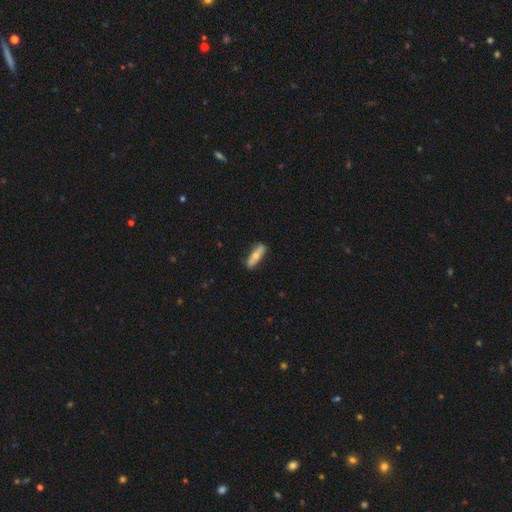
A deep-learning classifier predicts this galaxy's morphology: Smooth or featured: smooth — 59% (featured or disk — 36%)
How rounded: cigar-shaped — 55% (in between — 42%)
Merging: none — 81% (minor disturbance — 15%)